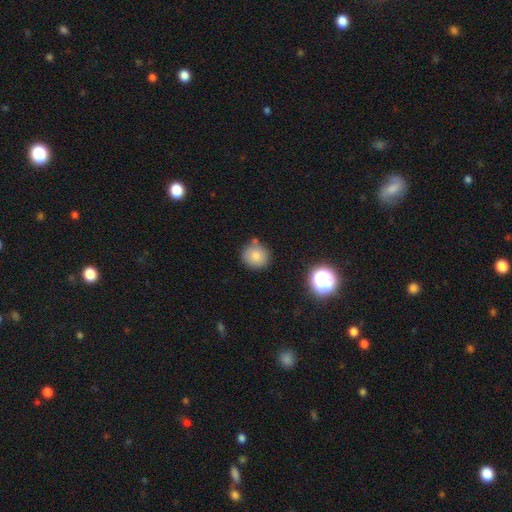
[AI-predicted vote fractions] smooth 81%, star or artifact 11%, featured or disk 8%. Down the decision tree: how rounded — round (90%); merging — none (76%).